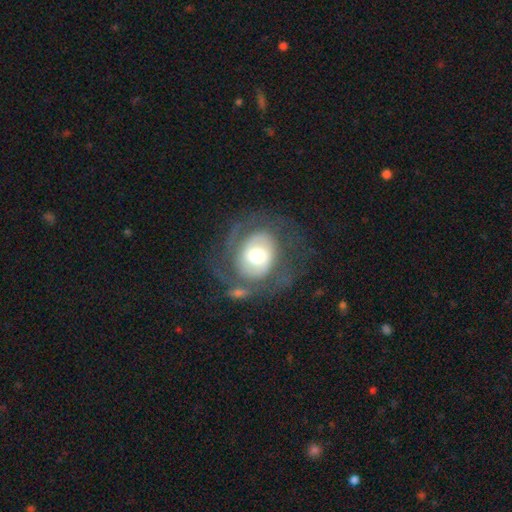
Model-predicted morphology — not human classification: This is likely a featured or disk galaxy (62%). It is clearly not viewed edge-on (96%). Bar: possibly no (59%). Spiral arm pattern: likely yes (68%). Central bulge: possibly moderate (55%). Merging: possibly none (52%).